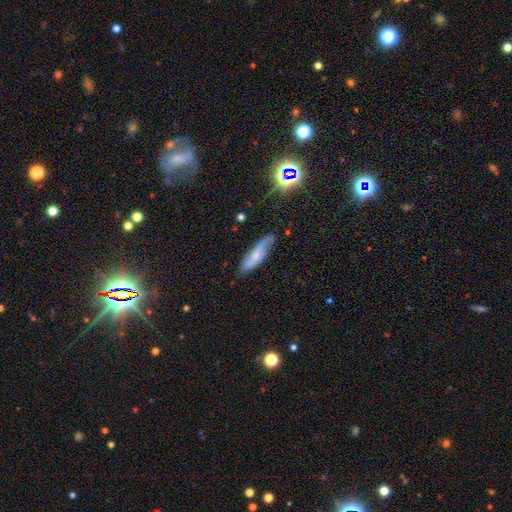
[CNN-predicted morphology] A smooth galaxy with no disk features (48%).

Vote fractions:
- Smooth or featured? smooth: 48% / featured or disk: 44% / star or artifact: 8%
- Merging? none: 74% / minor disturbance: 20% / major disturbance: 4% / merger: 2%